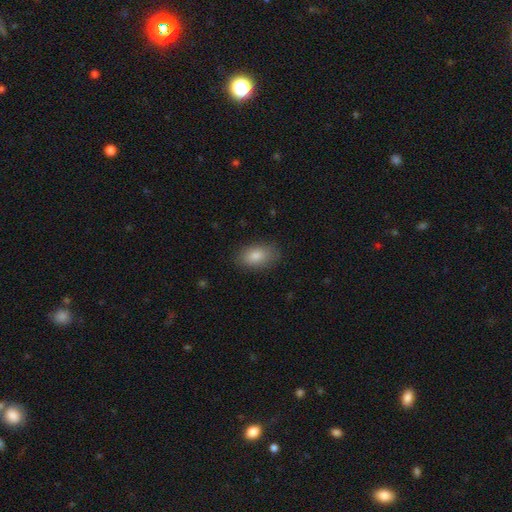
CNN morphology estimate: Overall: smooth (84%). How rounded: in between (90%). Merging: none (85%).